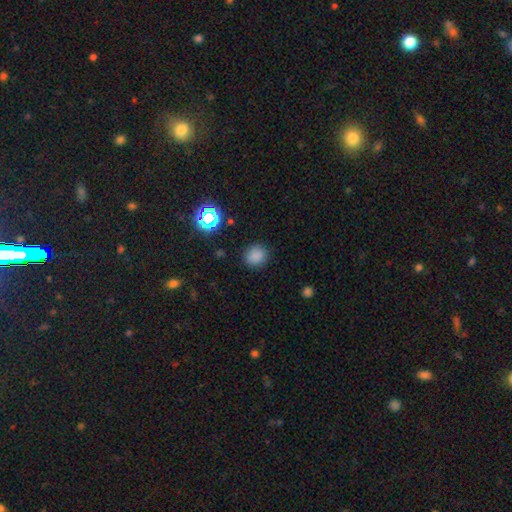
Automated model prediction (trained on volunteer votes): This appears to be a smooth galaxy with no disk features (81%) that is round (82%). Merging: none (87%).